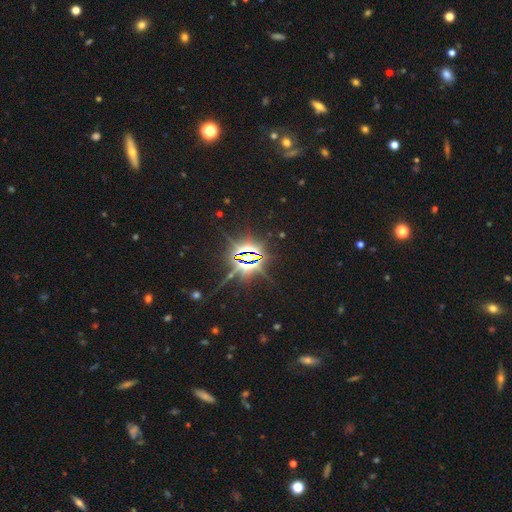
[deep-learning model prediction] Q: Smooth or featured?
A: star or artifact (84%); runner-up: featured or disk (9%)